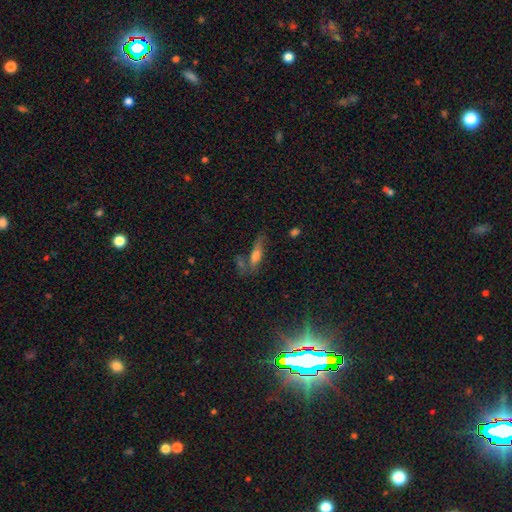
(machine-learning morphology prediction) type=smooth (63%); roundness=cigar-shaped (58%); merging=none (52%).